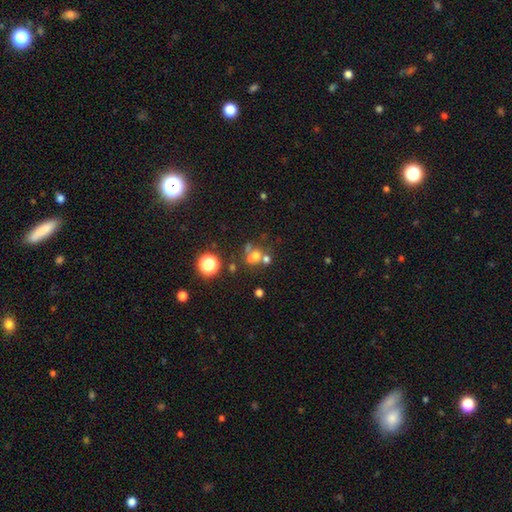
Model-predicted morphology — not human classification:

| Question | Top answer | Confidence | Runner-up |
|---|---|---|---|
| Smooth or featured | smooth | 53% | star or artifact (27%) |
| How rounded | round | 80% | in between (19%) |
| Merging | merger | 44% | none (42%) |